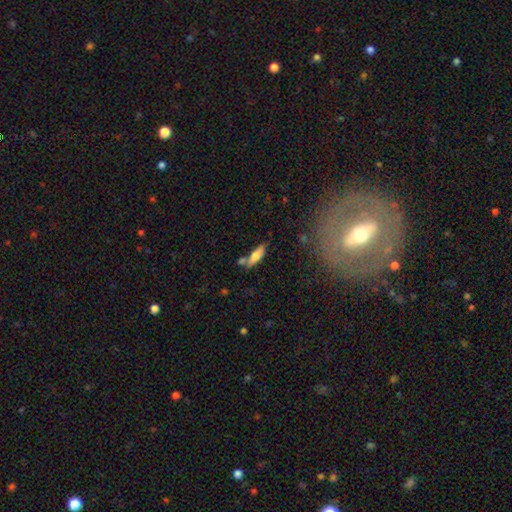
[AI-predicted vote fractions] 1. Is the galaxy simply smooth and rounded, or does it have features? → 64% smooth, 29% featured or disk, 7% star or artifact.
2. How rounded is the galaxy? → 53% cigar-shaped, 45% in between, 2% round.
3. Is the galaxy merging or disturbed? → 60% none, 19% merger, 16% minor disturbance, 5% major disturbance.